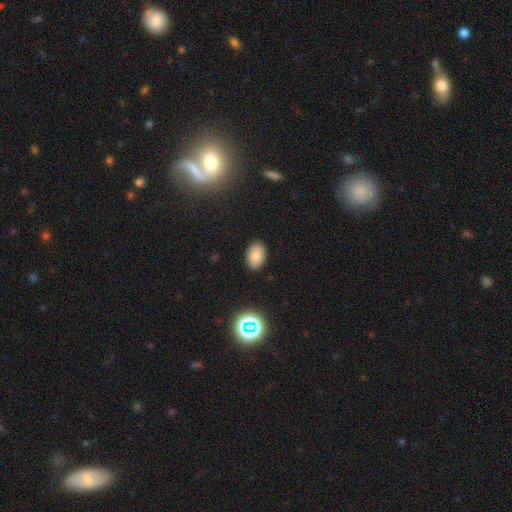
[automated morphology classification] A smooth galaxy with no disk features (82%) that is in between round and cigar-shaped (87%).

Vote fractions:
- Smooth or featured? smooth: 82% / star or artifact: 11% / featured or disk: 6%
- How rounded? in between: 87% / round: 12% / cigar-shaped: 1%
- Merging? none: 88% / minor disturbance: 9% / major disturbance: 2% / merger: 1%